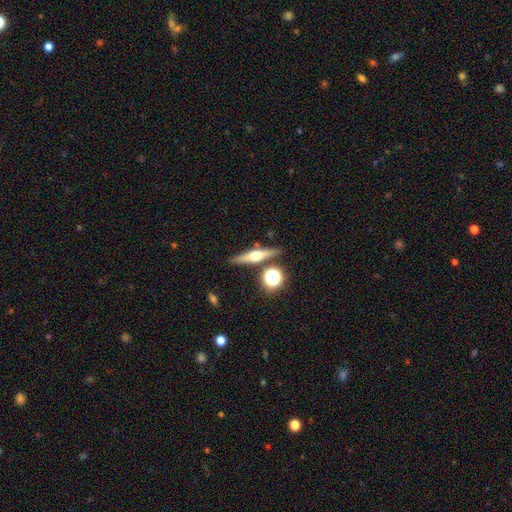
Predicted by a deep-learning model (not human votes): Smooth or featured? featured or disk (66%)
Edge-on disk? yes (96%)
Edge-on bulge? rounded (94%)
Merging? none (84%)